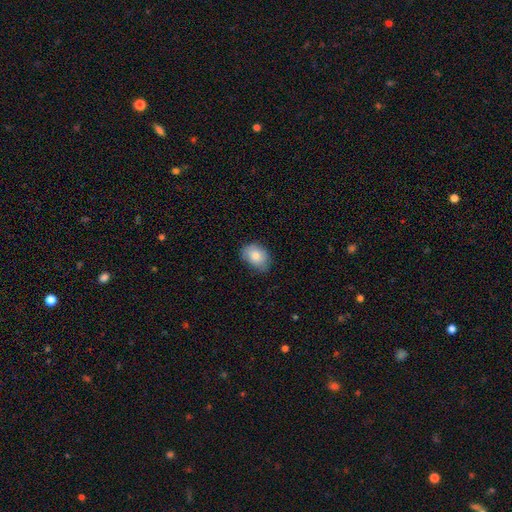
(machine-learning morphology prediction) This is clearly a smooth galaxy (83%). How rounded: likely in between (75%). Merging: likely none (71%).